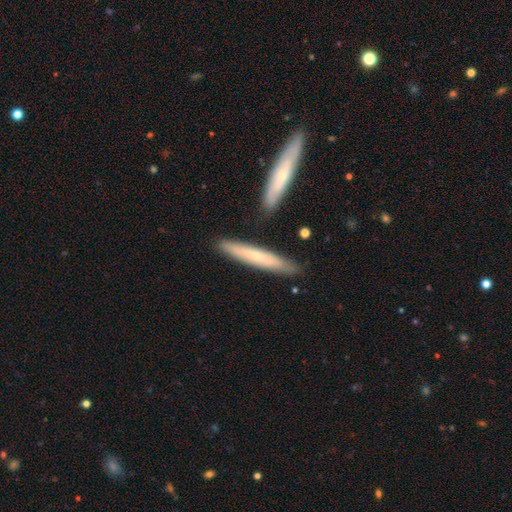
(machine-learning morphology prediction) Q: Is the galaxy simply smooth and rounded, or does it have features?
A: smooth — 57%.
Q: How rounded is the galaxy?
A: cigar-shaped — 93%.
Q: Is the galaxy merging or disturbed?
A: none — 82%.